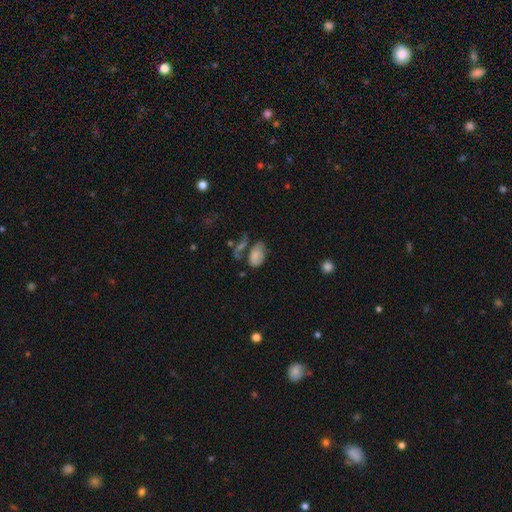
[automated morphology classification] Q: Smooth or featured?
A: smooth (73%); runner-up: featured or disk (16%)
Q: How rounded?
A: in between (90%); runner-up: round (9%)
Q: Merging?
A: none (40%); runner-up: minor disturbance (26%)